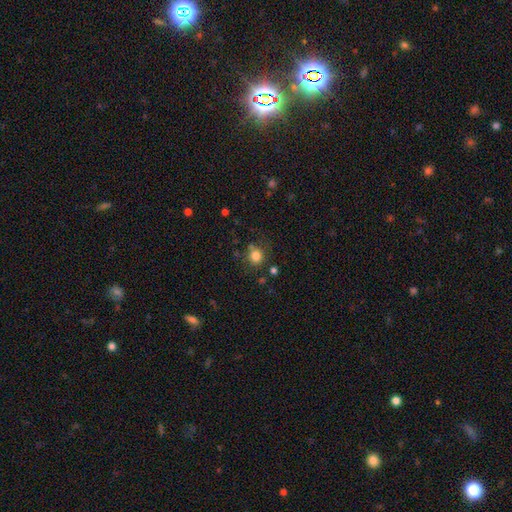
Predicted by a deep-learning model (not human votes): The model was most divided on "merging": none: 76%, minor disturbance: 13%, merger: 7%, major disturbance: 5%. More confident: how rounded — round (87%); smooth or featured — smooth (81%).